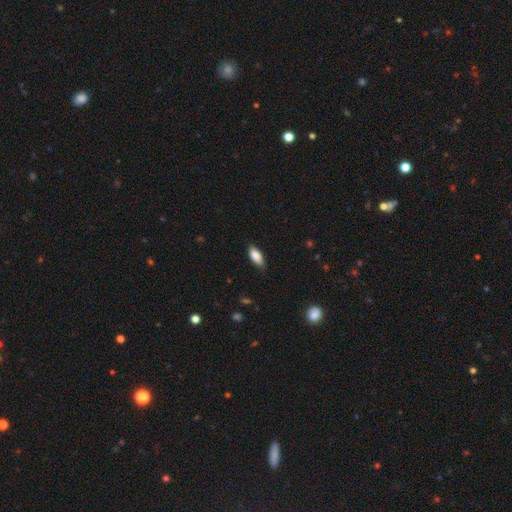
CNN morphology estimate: A smooth galaxy with no disk features (85%) that is in between round and cigar-shaped (85%). Merging: none (79%).